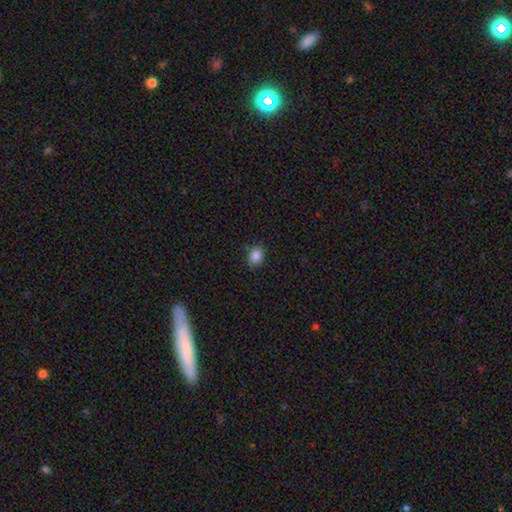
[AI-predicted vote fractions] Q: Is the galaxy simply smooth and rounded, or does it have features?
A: smooth — 85%.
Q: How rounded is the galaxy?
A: round — 54%.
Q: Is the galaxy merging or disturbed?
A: none — 83%.